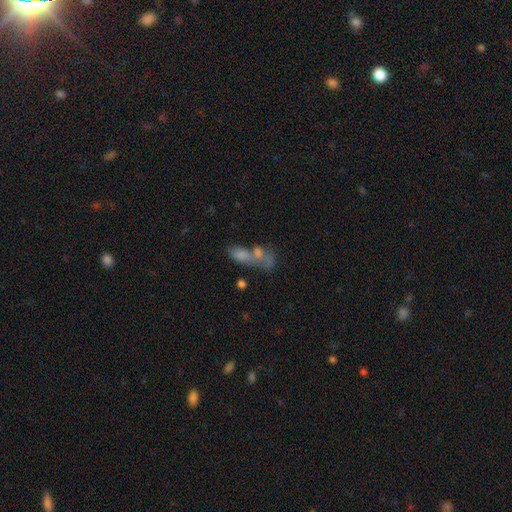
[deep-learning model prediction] Q: Smooth or featured?
A: smooth (54%); runner-up: featured or disk (27%)
Q: How rounded?
A: in between (67%); runner-up: round (17%)
Q: Merging?
A: merger (56%); runner-up: none (24%)